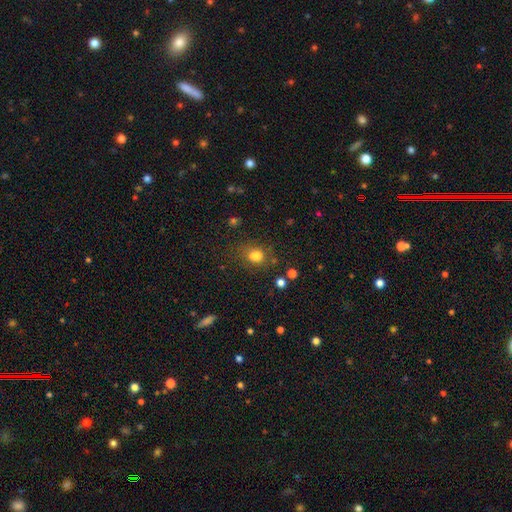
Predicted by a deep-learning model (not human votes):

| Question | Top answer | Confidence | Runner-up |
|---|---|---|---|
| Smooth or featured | smooth | 78% | star or artifact (15%) |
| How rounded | round | 53% | in between (46%) |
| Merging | none | 64% | minor disturbance (18%) |